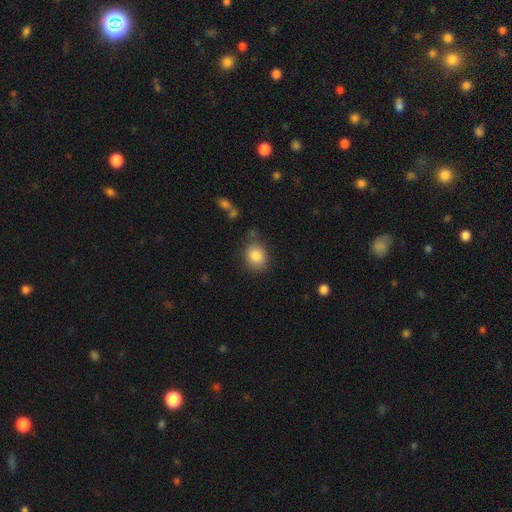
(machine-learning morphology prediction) This is clearly a smooth galaxy (85%). How rounded: possibly round (56%). Merging: likely none (75%).